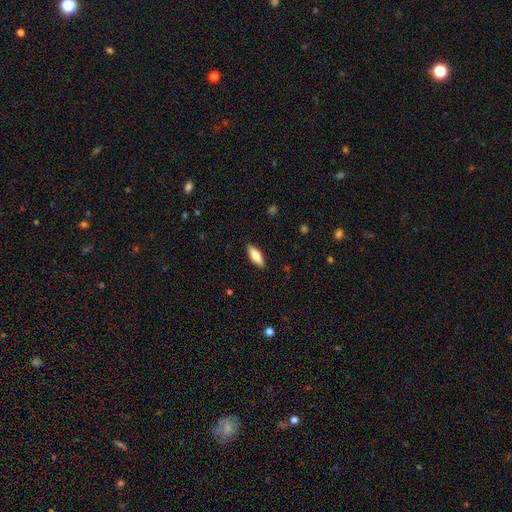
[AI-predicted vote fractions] Morphology: type=smooth (69%); roundness=in between (65%); merging=none (89%).